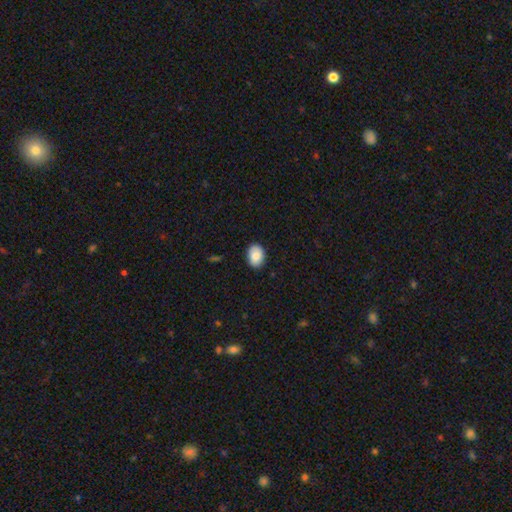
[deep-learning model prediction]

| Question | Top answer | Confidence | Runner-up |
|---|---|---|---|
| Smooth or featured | smooth | 86% | star or artifact (7%) |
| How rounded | in between | 76% | round (23%) |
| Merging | none | 88% | minor disturbance (9%) |